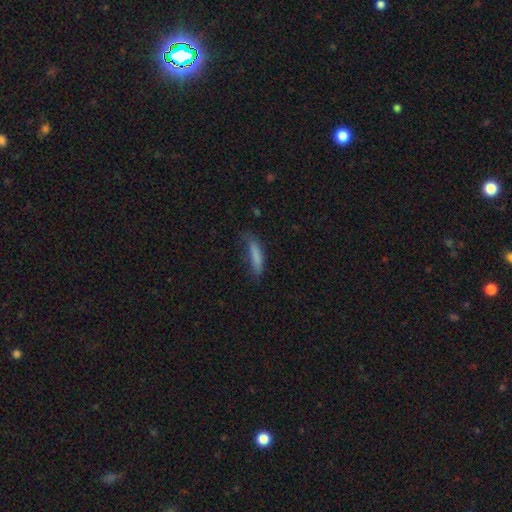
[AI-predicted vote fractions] Overall: smooth (80%). How rounded: cigar-shaped (79%). Merging: none (58%; minor disturbance 28%).